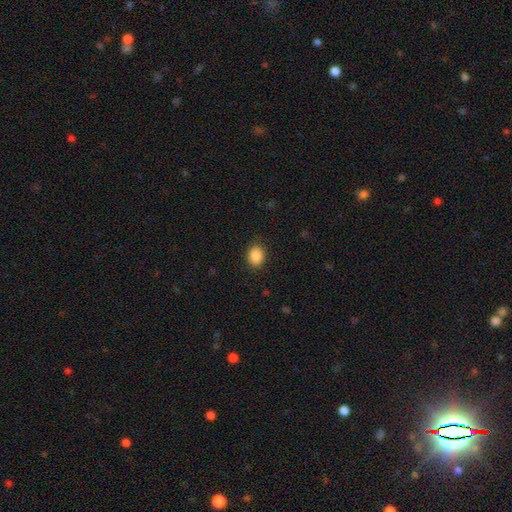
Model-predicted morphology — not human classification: Smooth or featured? smooth (88%)
How rounded? in between (53%)
Merging? none (88%)